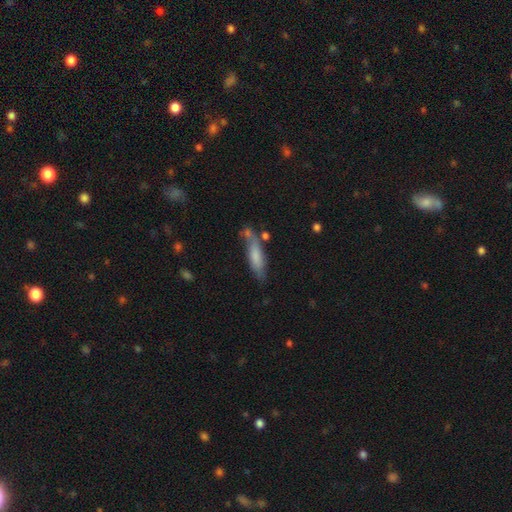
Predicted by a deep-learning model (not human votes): Smooth or featured: smooth — 71% (featured or disk — 23%)
How rounded: cigar-shaped — 65% (in between — 33%)
Merging: none — 57% (minor disturbance — 23%)